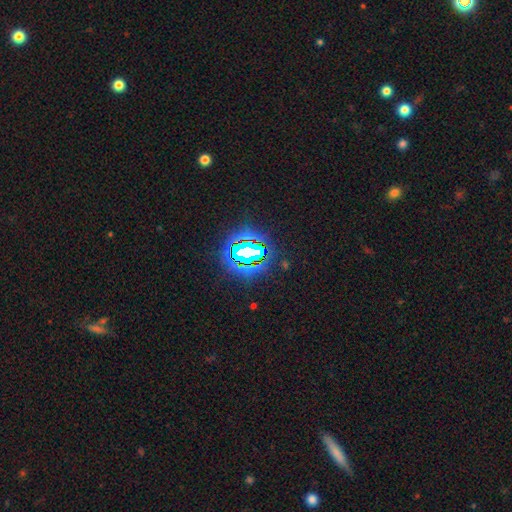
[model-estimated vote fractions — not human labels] This is clearly a star or artifact rather than a galaxy (81%).